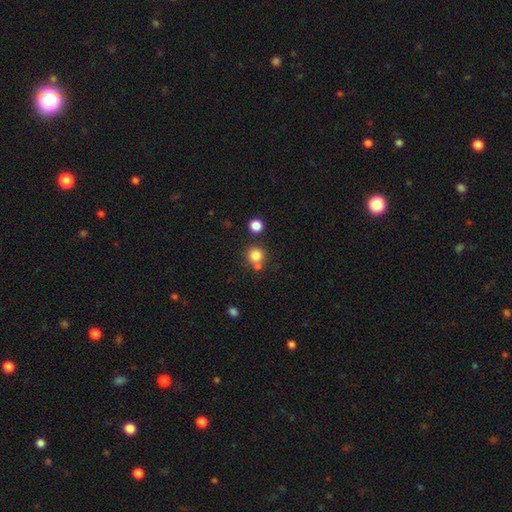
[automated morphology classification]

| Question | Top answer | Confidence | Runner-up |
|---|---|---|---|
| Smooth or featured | smooth | 81% | star or artifact (13%) |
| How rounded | round | 92% | in between (7%) |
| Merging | none | 67% | merger (22%) |